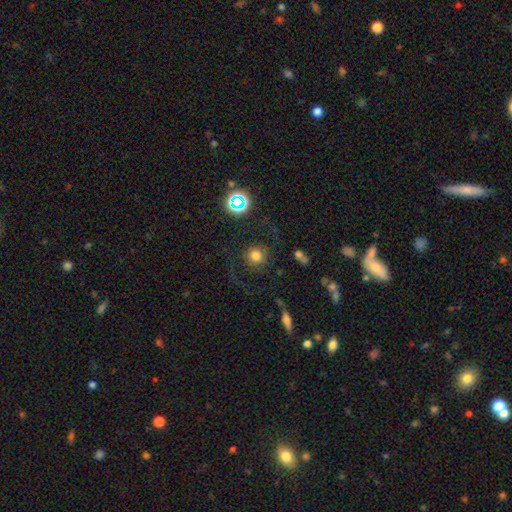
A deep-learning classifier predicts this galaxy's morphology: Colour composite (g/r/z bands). It shows a smooth galaxy with no disk features (68%) that is round (91%). Merging: none (71%).